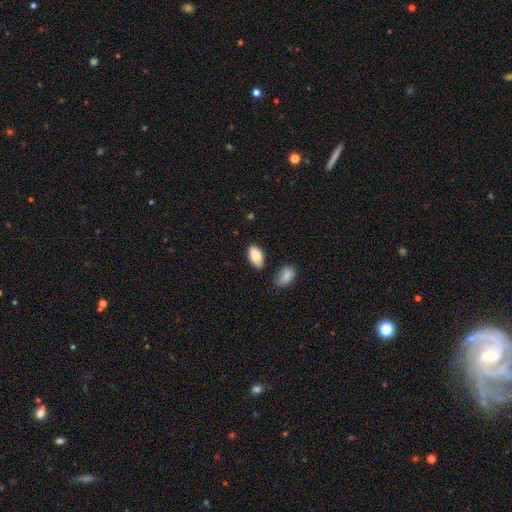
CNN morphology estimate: This appears to be a smooth galaxy with no disk features (85%) that is in between round and cigar-shaped (94%). Merging: none (78%).